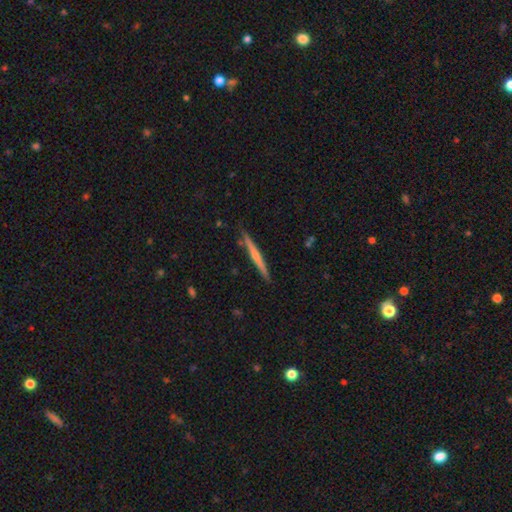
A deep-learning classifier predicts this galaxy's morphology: featured or disk 56%, smooth 38%, star or artifact 6%. Down the decision tree: edge-on disk — yes (98%); edge-on bulge — none (54%); merging — none (88%).